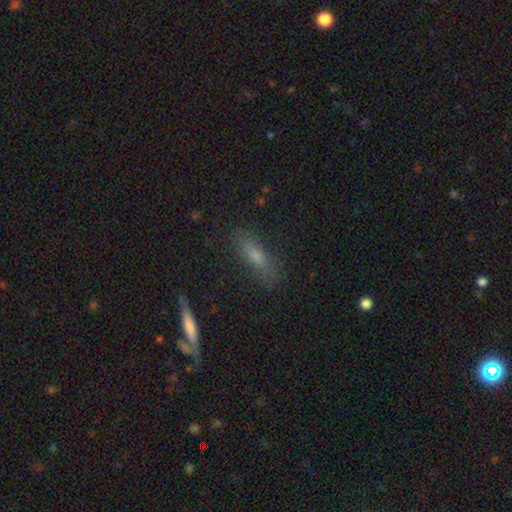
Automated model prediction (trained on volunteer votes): smooth-or-featured: smooth: 65% | featured or disk: 23% | star or artifact: 12%
  how-rounded: cigar-shaped: 57% | in between: 39% | round: 3%
  merging: none: 79% | minor disturbance: 14% | major disturbance: 4% | merger: 3%